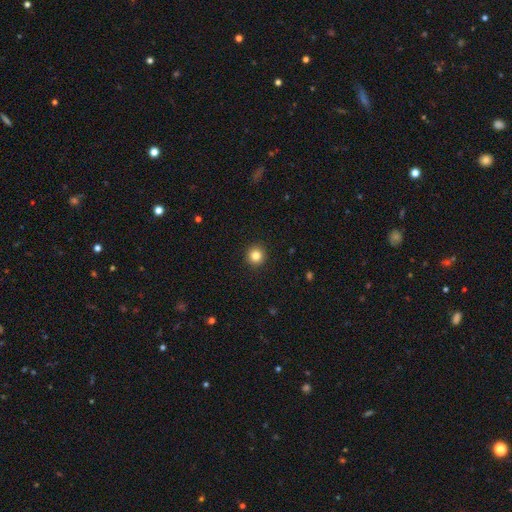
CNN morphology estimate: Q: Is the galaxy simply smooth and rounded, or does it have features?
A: smooth — 83%.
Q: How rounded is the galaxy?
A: round — 95%.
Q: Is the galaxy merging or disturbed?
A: none — 93%.